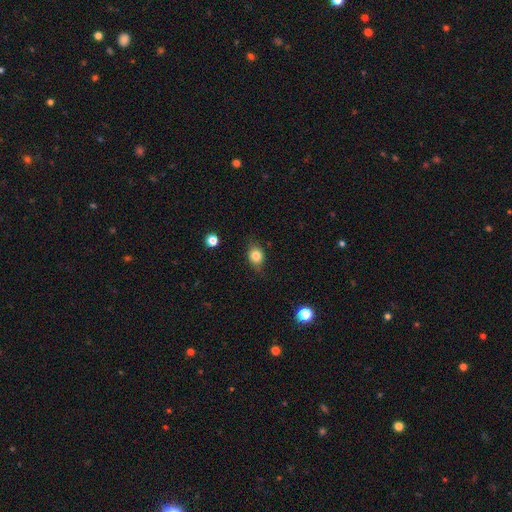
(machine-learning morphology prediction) Q: Smooth or featured?
A: smooth (80%); runner-up: star or artifact (10%)
Q: How rounded?
A: in between (53%); runner-up: round (45%)
Q: Merging?
A: none (76%); runner-up: minor disturbance (18%)